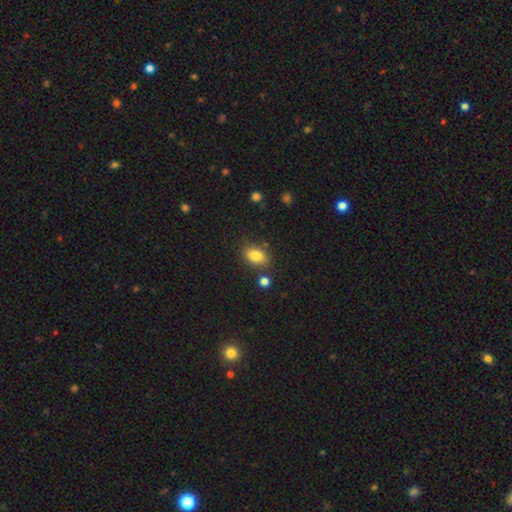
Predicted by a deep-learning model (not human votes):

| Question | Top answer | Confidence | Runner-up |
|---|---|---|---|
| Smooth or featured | smooth | 83% | star or artifact (9%) |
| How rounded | in between | 82% | round (17%) |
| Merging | none | 74% | minor disturbance (15%) |